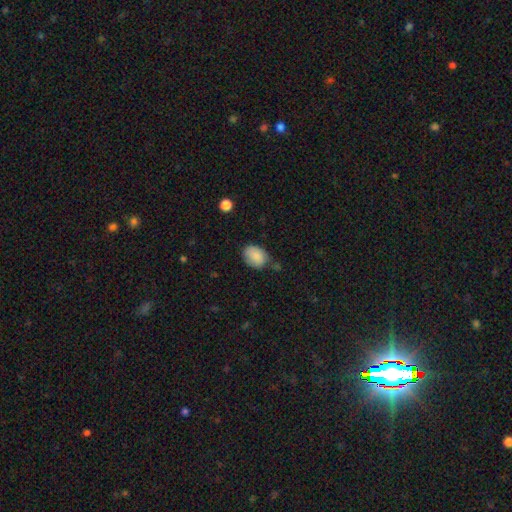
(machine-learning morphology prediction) Smooth or featured?
  - smooth: 88% *
  - star or artifact: 7%
  - featured or disk: 5%
How rounded?
  - in between: 74% *
  - round: 25%
  - cigar-shaped: 1%
Merging?
  - none: 65% *
  - minor disturbance: 25%
  - major disturbance: 5%
  - merger: 5%